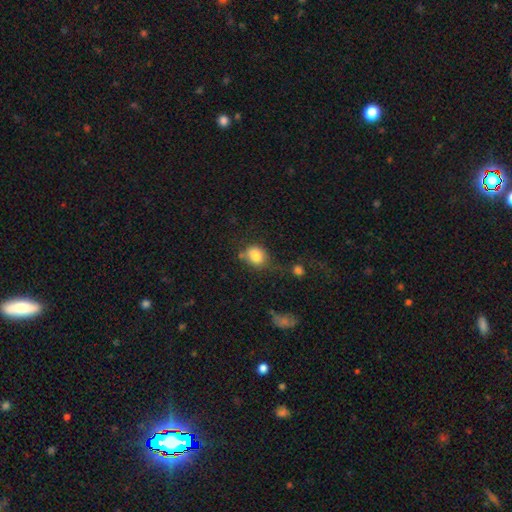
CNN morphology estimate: The model was most divided on "how rounded": round: 55%, in between: 44%, cigar-shaped: 1%. More confident: smooth or featured — smooth (83%); merging — none (57%).